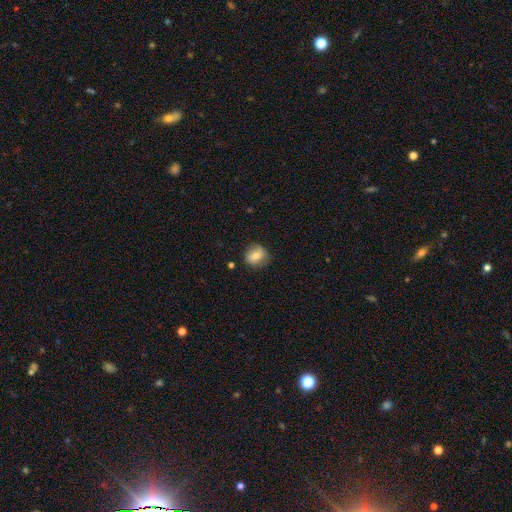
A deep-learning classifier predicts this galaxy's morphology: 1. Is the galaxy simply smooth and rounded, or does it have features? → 71% smooth, 20% featured or disk, 9% star or artifact.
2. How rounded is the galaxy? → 77% round, 22% in between, 1% cigar-shaped.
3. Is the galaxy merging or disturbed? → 77% none, 17% minor disturbance, 4% major disturbance, 2% merger.